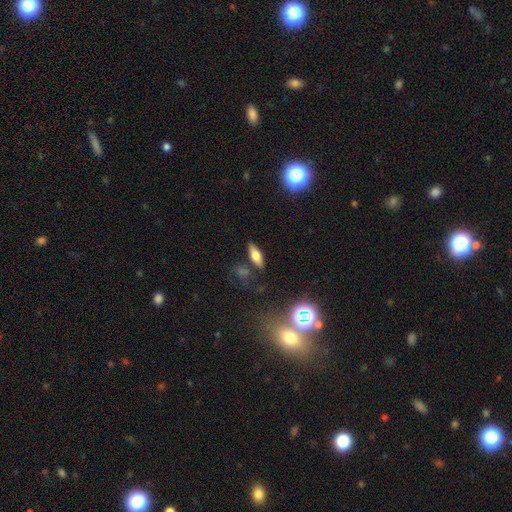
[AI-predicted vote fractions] Morphology: type=smooth (62%); roundness=in between (62%); merging=none (79%).